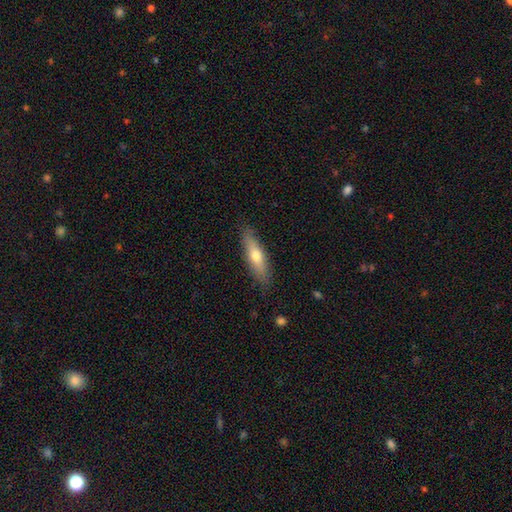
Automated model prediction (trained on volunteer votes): A smooth galaxy with no disk features (60%) that is cigar-shaped (67%). Merging: none (85%).